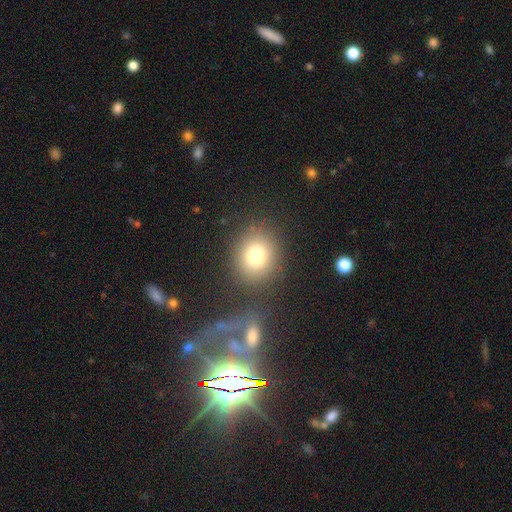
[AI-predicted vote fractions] Q: Smooth or featured?
A: smooth (81%); runner-up: star or artifact (11%)
Q: How rounded?
A: round (65%); runner-up: in between (34%)
Q: Merging?
A: none (79%); runner-up: minor disturbance (10%)